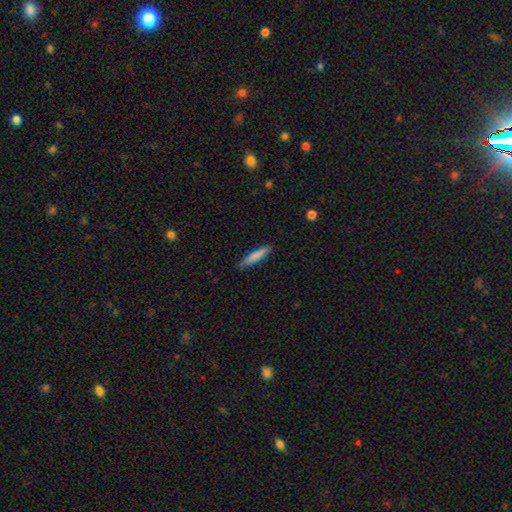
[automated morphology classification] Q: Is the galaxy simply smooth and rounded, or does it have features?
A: smooth — 81%.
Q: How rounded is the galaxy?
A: cigar-shaped — 88%.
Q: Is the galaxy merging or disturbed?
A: none — 82%.